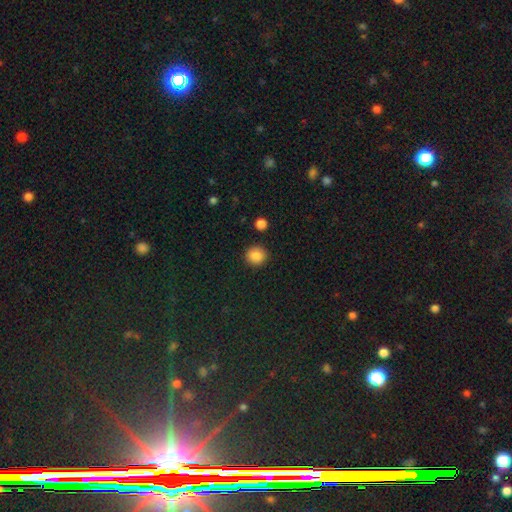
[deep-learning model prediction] This appears to be a smooth galaxy with no disk features (87%) that is round (92%). Merging: none (91%).